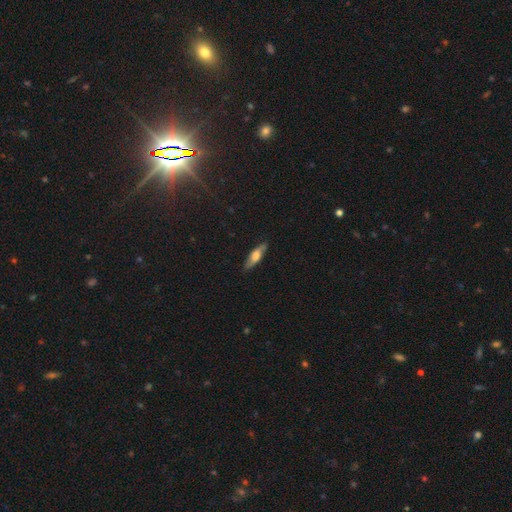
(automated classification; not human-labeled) Overall: smooth (50%; featured or disk 44%). How rounded: cigar-shaped (57%; in between 40%). Merging: none (85%).